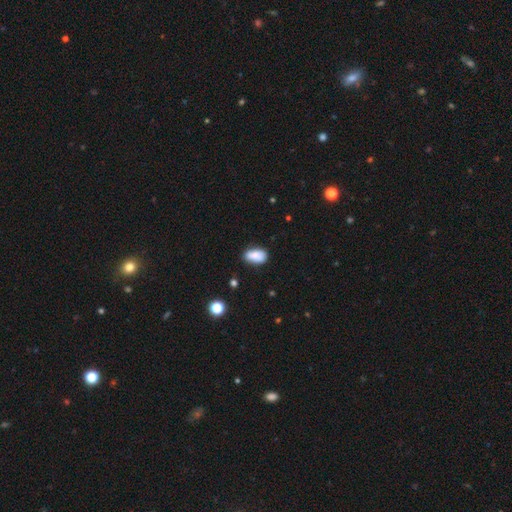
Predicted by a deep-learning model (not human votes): Morphology: type=smooth (85%); roundness=in between (91%); merging=none (70%).